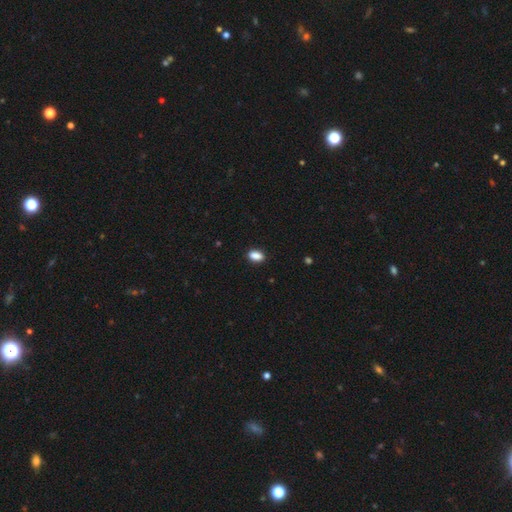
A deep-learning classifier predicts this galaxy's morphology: Smooth or featured? smooth (88%)
How rounded? in between (88%)
Merging? none (86%)